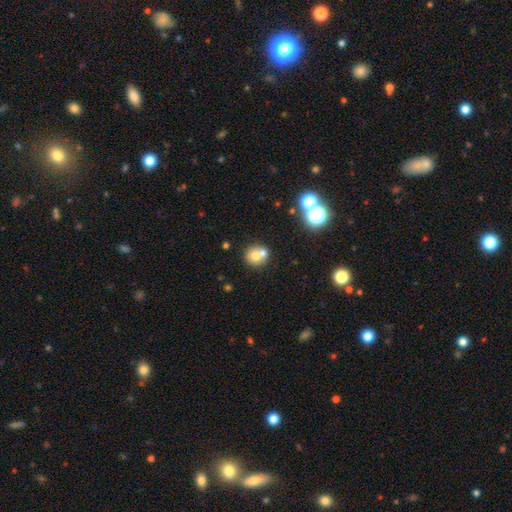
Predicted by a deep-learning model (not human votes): Overall: smooth (68%). How rounded: round (86%). Merging: merger (47%; none 43%).